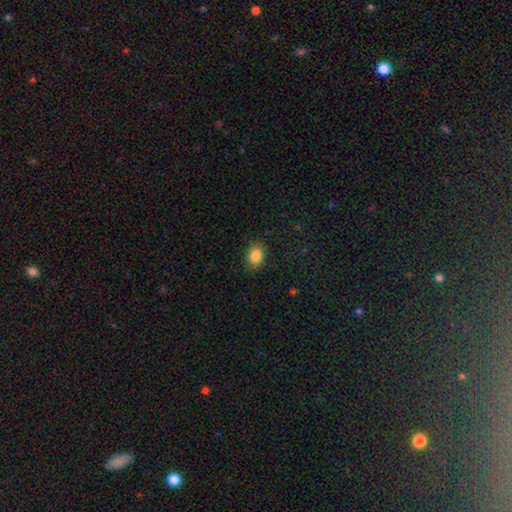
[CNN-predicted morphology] Smooth or featured? Predicted: smooth (p=0.86). How rounded? Predicted: in between (p=0.59). Merging? Predicted: none (p=0.87).